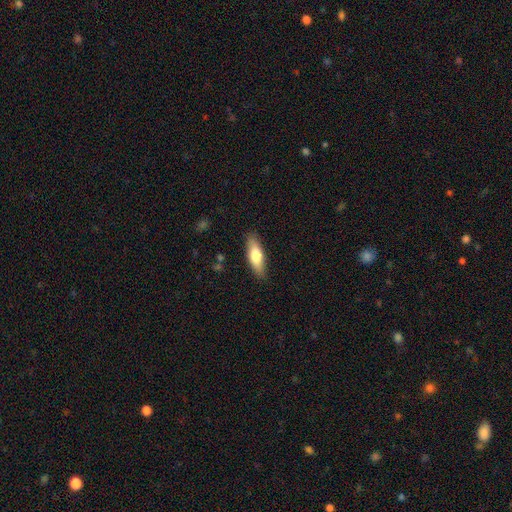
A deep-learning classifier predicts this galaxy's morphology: Smooth or featured? Predicted: smooth (p=0.69). How rounded? Predicted: in between (p=0.57). Merging? Predicted: none (p=0.86).